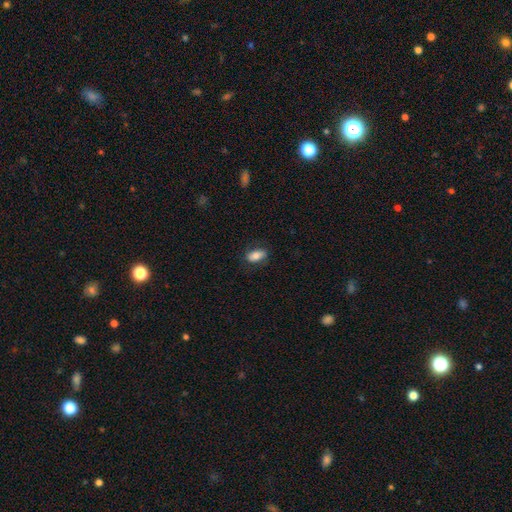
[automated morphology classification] Overall: smooth (78%). How rounded: in between (91%). Merging: none (79%).